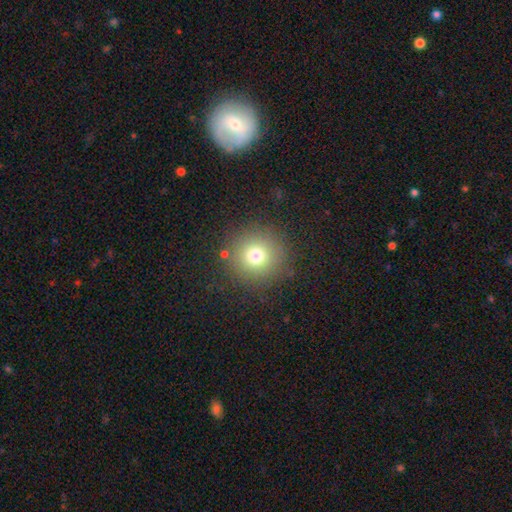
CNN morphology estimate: smooth-or-featured: smooth: 74% | star or artifact: 16% | featured or disk: 10%
  how-rounded: round: 95% | in between: 4% | cigar-shaped: 1%
  merging: none: 86% | minor disturbance: 8% | major disturbance: 4% | merger: 2%